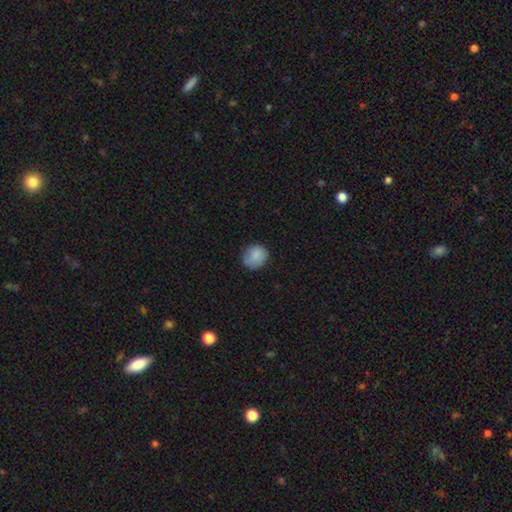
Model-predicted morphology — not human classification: A smooth galaxy with no disk features (87%) that is round (79%).

Vote fractions:
- Smooth or featured? smooth: 87% / star or artifact: 8% / featured or disk: 6%
- How rounded? round: 79% / in between: 20% / cigar-shaped: 1%
- Merging? none: 79% / minor disturbance: 17% / major disturbance: 4% / merger: 1%